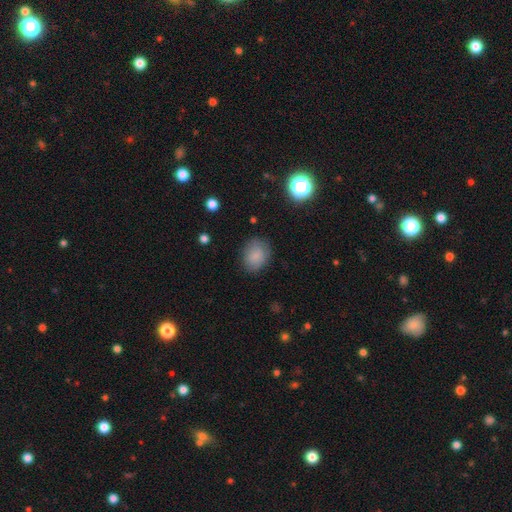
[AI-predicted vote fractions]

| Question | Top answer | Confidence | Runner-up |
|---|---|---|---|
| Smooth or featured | smooth | 82% | star or artifact (10%) |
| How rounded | in between | 60% | round (39%) |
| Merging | none | 79% | minor disturbance (15%) |